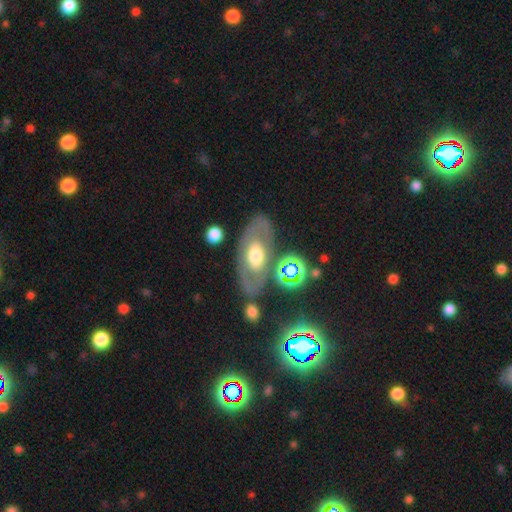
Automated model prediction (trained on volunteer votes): smooth-or-featured: featured or disk: 54% | smooth: 38% | star or artifact: 8%
  disk-edge-on: no: 84% | yes: 16%
  merging: none: 76% | minor disturbance: 12% | major disturbance: 6% | merger: 5%